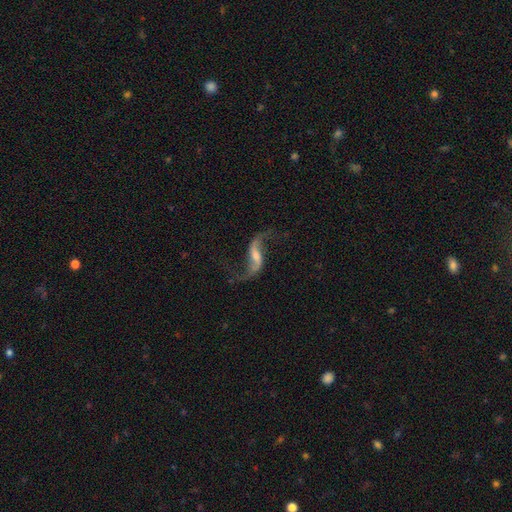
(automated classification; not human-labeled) Smooth or featured? Predicted: featured or disk (p=0.89). Edge-on disk? Predicted: no (p=0.94). Bar? Predicted: weak (p=0.45). Spiral arms? Predicted: yes (p=0.96). Spiral winding? Predicted: loose (p=0.93). Spiral arm count? Predicted: 2 (p=0.94). Bulge size? Predicted: small (p=0.44). Merging? Predicted: none (p=0.75).